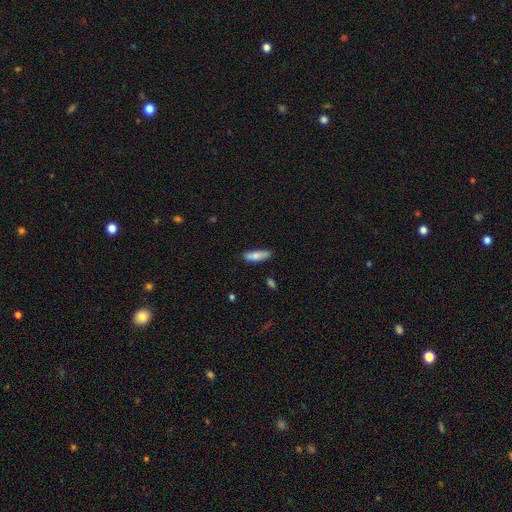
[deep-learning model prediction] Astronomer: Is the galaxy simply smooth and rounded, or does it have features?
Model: smooth — 78%.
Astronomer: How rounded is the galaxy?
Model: in between — 53% (runner-up: cigar-shaped, 45%).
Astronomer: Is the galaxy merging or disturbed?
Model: none — 72%.